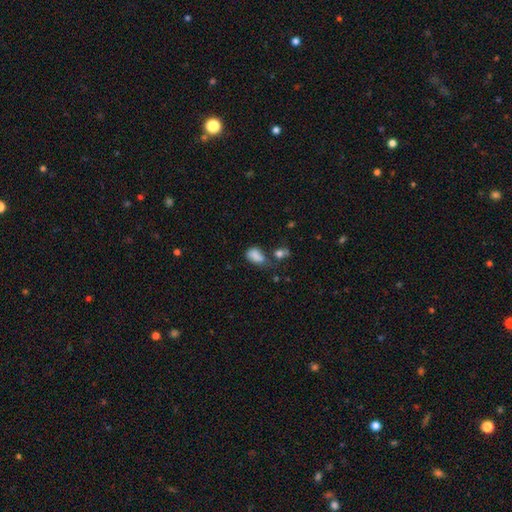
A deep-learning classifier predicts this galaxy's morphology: A smooth galaxy with no disk features (80%) that is in between round and cigar-shaped (82%). Merging: none (35%).